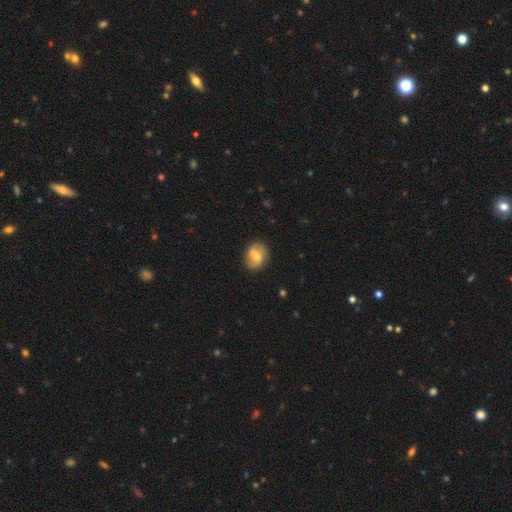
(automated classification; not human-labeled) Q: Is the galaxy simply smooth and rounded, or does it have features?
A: featured or disk — 60%.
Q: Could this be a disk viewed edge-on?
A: no — 97%.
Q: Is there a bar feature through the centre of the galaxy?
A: weak — 45%.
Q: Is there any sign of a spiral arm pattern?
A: yes — 85%.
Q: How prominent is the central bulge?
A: moderate — 66%.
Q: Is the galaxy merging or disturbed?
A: none — 84%.